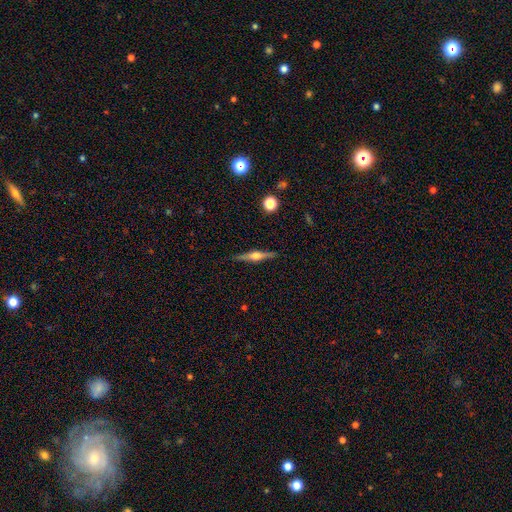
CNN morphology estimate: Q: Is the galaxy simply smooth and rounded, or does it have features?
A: featured or disk — 75%.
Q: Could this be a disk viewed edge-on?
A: yes — 98%.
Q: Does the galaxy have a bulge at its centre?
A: rounded — 90%.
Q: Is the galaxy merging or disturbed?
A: none — 90%.